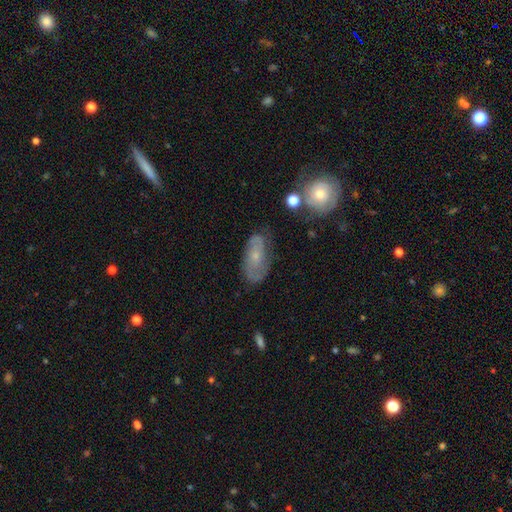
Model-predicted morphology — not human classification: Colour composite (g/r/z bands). It shows a featured or disk galaxy (63%) with no bar (72%), spiral arms (83%) and a small central bulge (64%). Merging: none (67%).